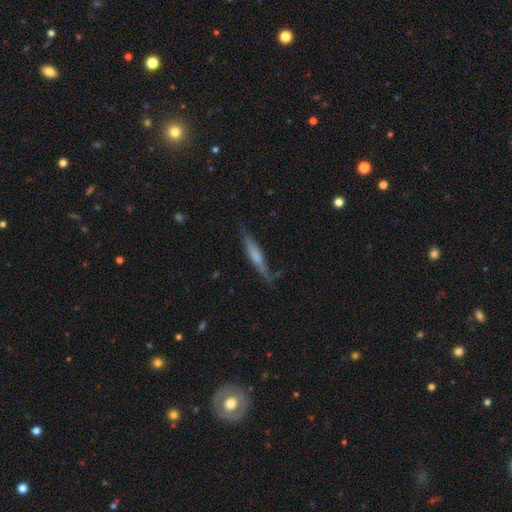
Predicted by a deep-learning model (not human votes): Q: Smooth or featured?
A: smooth (54%); runner-up: featured or disk (40%)
Q: How rounded?
A: cigar-shaped (89%); runner-up: in between (9%)
Q: Merging?
A: none (65%); runner-up: minor disturbance (24%)